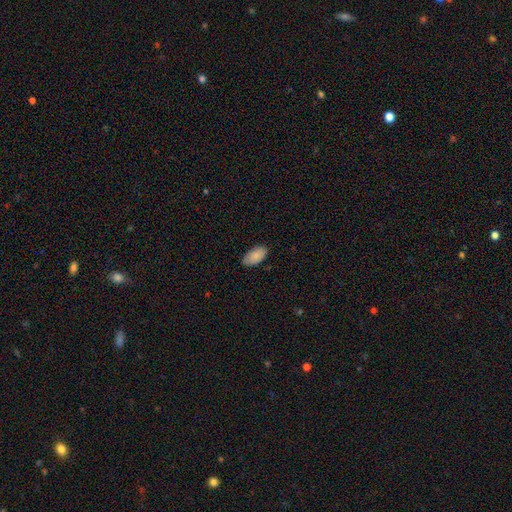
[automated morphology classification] Smooth or featured? Predicted: smooth (p=0.86). How rounded? Predicted: in between (p=0.95). Merging? Predicted: none (p=0.81).